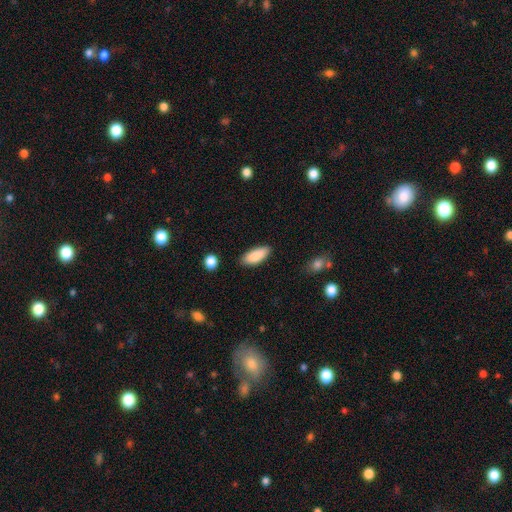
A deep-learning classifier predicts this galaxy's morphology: type=smooth (87%); roundness=in between (78%); merging=none (86%).